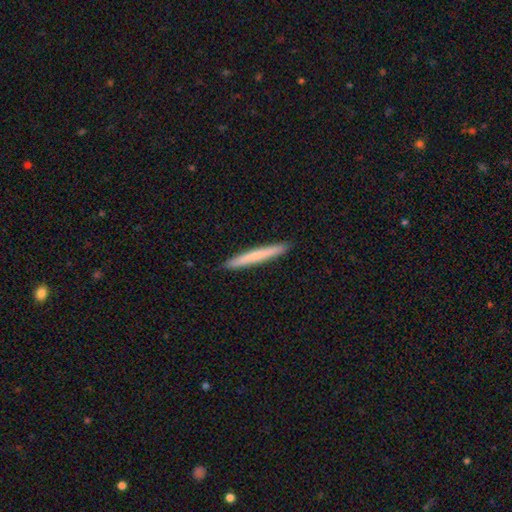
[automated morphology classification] Q: Smooth or featured?
A: smooth (68%); runner-up: featured or disk (27%)
Q: How rounded?
A: cigar-shaped (97%); runner-up: in between (2%)
Q: Merging?
A: none (92%); runner-up: minor disturbance (5%)